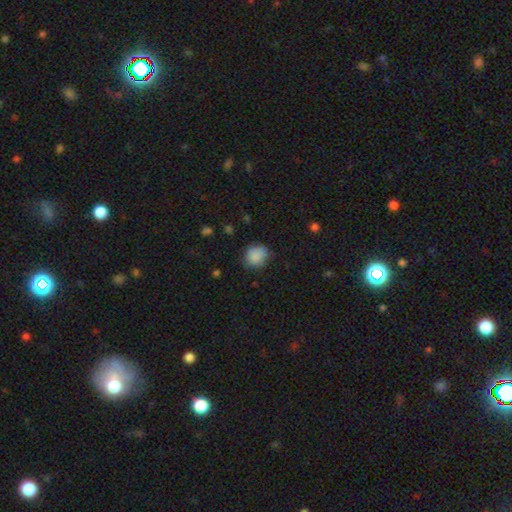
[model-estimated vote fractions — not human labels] smooth_or_featured: smooth (p=0.86) [alt: star or artifact p=0.09]
how_rounded: round (p=0.73) [alt: in between p=0.26]
merging: none (p=0.74) [alt: minor disturbance p=0.19]